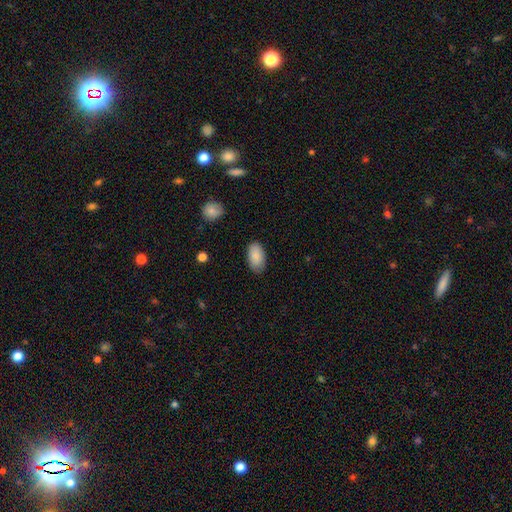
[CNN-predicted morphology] Smooth or featured? smooth (88%)
How rounded? in between (95%)
Merging? none (84%)